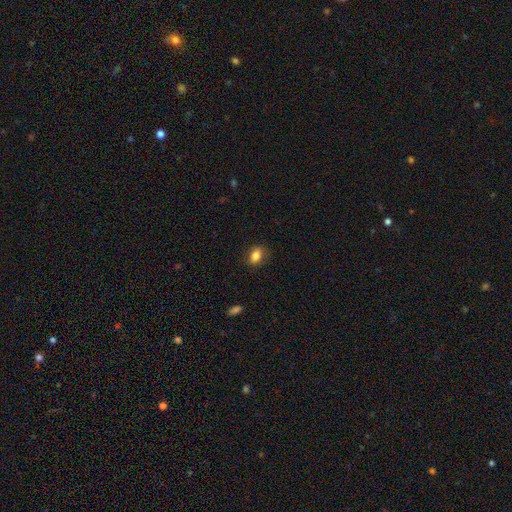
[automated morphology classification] Q: Smooth or featured?
A: smooth (82%); runner-up: featured or disk (9%)
Q: How rounded?
A: in between (81%); runner-up: round (17%)
Q: Merging?
A: none (80%); runner-up: minor disturbance (15%)